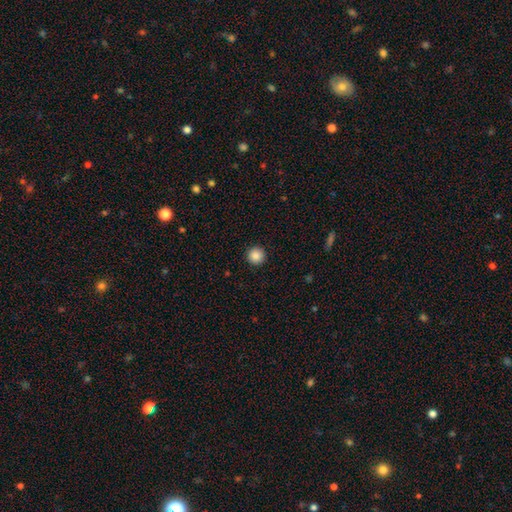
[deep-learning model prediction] smooth 87%, star or artifact 9%, featured or disk 3%. Down the decision tree: how rounded — round (96%); merging — none (93%).